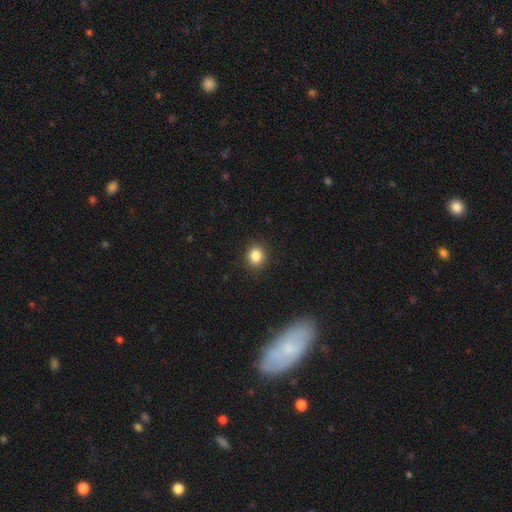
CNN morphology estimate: This is clearly a smooth galaxy (85%). How rounded: likely round (73%). Merging: clearly none (90%).